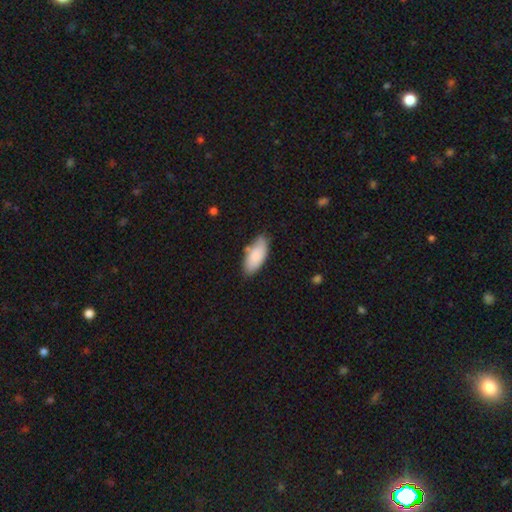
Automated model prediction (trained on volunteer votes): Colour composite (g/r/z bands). It shows a smooth galaxy with no disk features (84%) that is in between round and cigar-shaped (89%). Merging: none (73%).